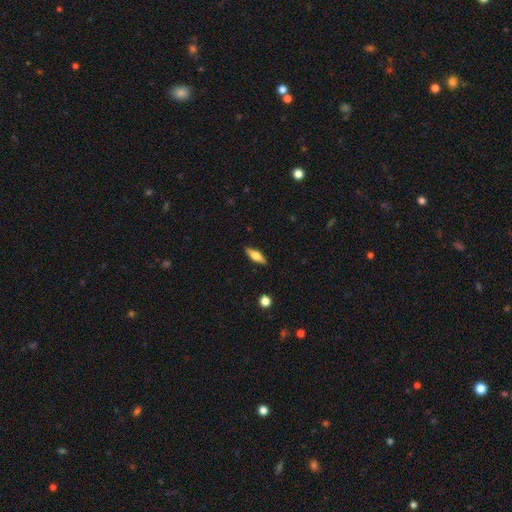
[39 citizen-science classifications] smooth-or-featured: smooth: 51% | featured or disk: 46% | star or artifact: 3%
  how-rounded: in between: 50% | cigar-shaped: 45% | round: 5%
  merging: none: 79% | minor disturbance: 11% | major disturbance: 8% | merger: 3%